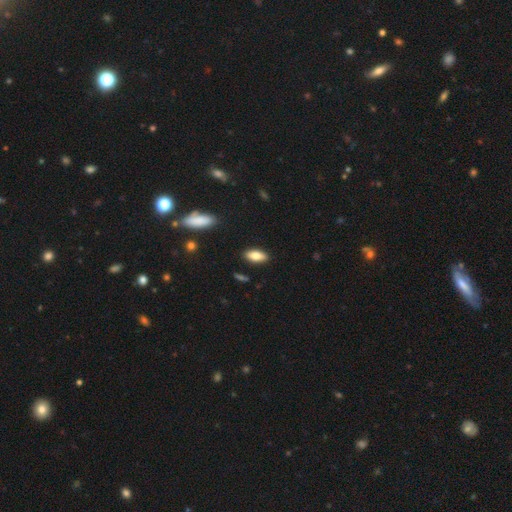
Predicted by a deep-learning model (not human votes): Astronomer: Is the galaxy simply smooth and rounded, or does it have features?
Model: smooth — 77%.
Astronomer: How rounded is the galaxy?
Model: in between — 84%.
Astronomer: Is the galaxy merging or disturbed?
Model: none — 87%.